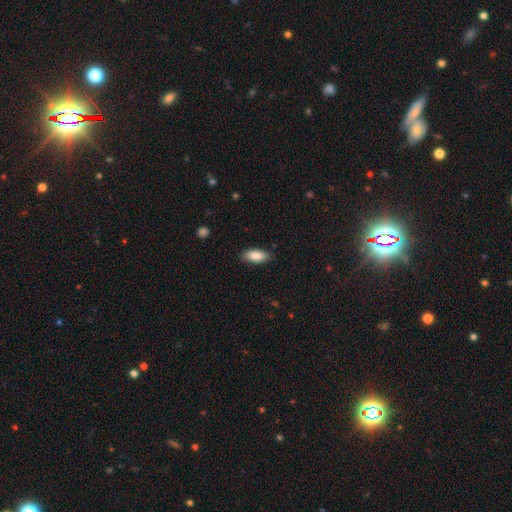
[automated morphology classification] This is clearly a smooth galaxy (86%). How rounded: clearly in between (83%). Merging: clearly none (87%).